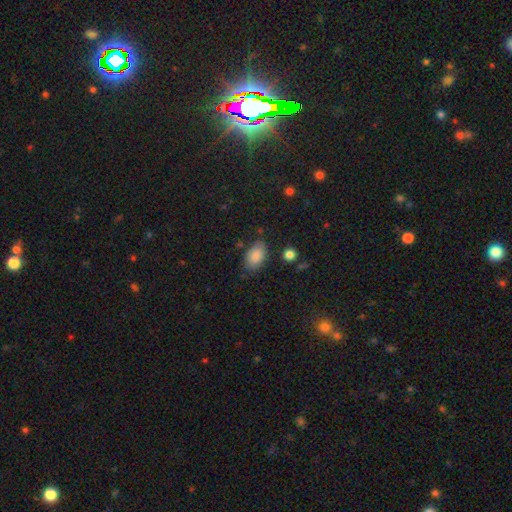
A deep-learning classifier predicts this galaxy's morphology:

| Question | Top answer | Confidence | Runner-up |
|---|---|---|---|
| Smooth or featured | smooth | 85% | star or artifact (8%) |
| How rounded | in between | 91% | round (7%) |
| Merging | none | 76% | minor disturbance (17%) |